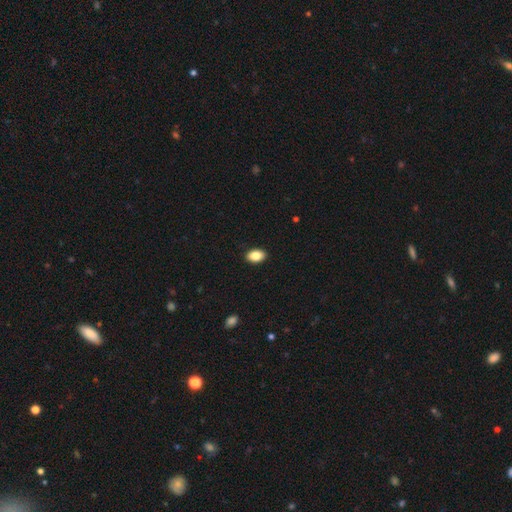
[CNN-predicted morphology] smooth_or_featured: smooth (p=0.86) [alt: star or artifact p=0.08]
how_rounded: in between (p=0.87) [alt: round p=0.12]
merging: none (p=0.91) [alt: minor disturbance p=0.07]